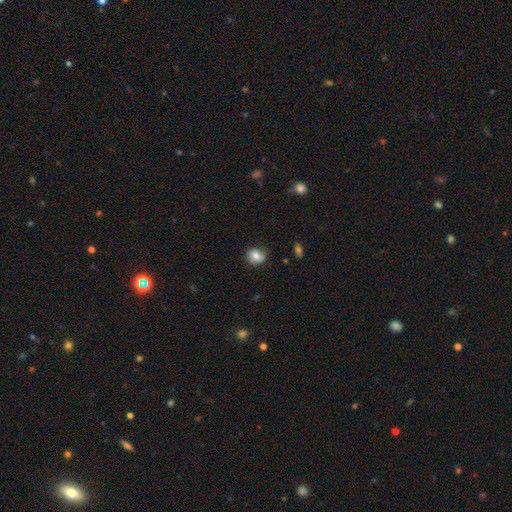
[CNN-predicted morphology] The model was most divided on "how rounded": round: 67%, in between: 32%, cigar-shaped: 1%. More confident: smooth or featured — smooth (73%); merging — none (68%).